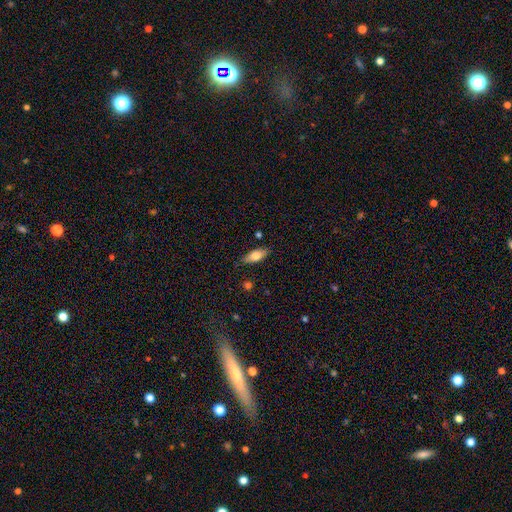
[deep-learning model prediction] Smooth or featured: smooth — 72% (featured or disk — 21%)
How rounded: in between — 74% (cigar-shaped — 23%)
Merging: none — 80% (minor disturbance — 15%)